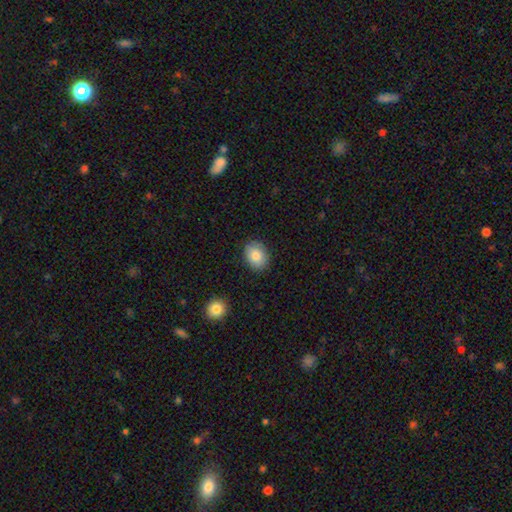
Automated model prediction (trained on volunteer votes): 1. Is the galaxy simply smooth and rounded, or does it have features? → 85% smooth, 8% featured or disk, 7% star or artifact.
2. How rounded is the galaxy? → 64% in between, 35% round, 1% cigar-shaped.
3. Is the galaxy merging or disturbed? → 87% none, 9% minor disturbance, 2% major disturbance, 1% merger.